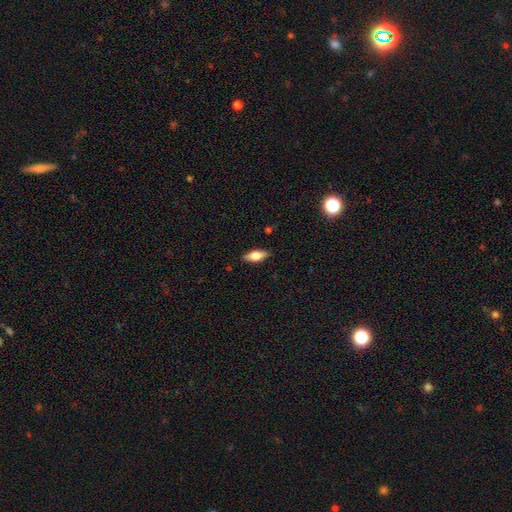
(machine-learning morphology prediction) smooth-or-featured: smooth: 67% | featured or disk: 26% | star or artifact: 7%
  how-rounded: in between: 78% | cigar-shaped: 19% | round: 3%
  merging: none: 86% | minor disturbance: 10% | major disturbance: 2% | merger: 1%